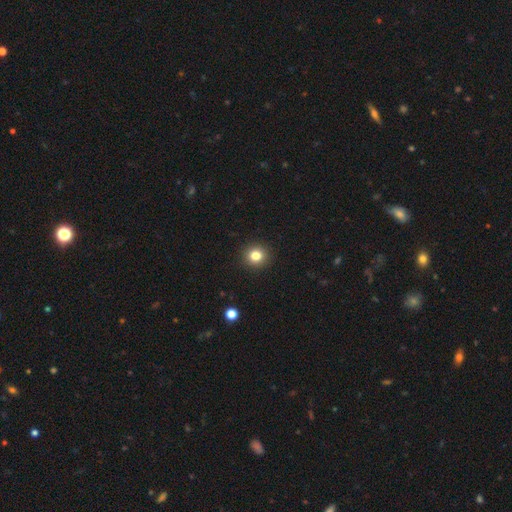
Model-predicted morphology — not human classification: Smooth or featured?
  - smooth: 82% *
  - star or artifact: 12%
  - featured or disk: 6%
How rounded?
  - round: 91% *
  - in between: 8%
  - cigar-shaped: 1%
Merging?
  - none: 92% *
  - minor disturbance: 5%
  - major disturbance: 2%
  - merger: 1%